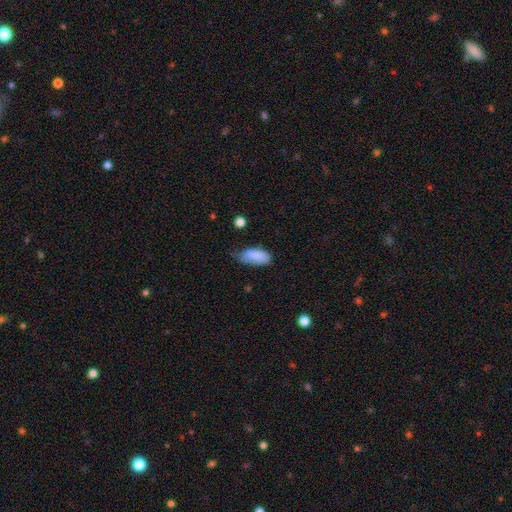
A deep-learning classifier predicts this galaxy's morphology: A smooth galaxy with no disk features (85%) that is in between round and cigar-shaped (89%).

Vote fractions:
- Smooth or featured? smooth: 85% / featured or disk: 8% / star or artifact: 7%
- How rounded? in between: 89% / cigar-shaped: 9% / round: 2%
- Merging? none: 45% / minor disturbance: 41% / major disturbance: 12% / merger: 2%